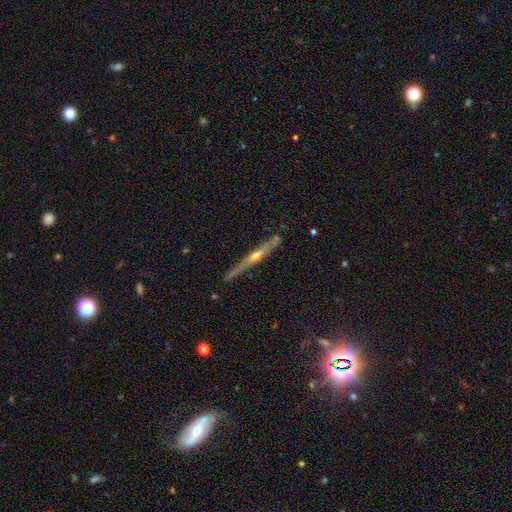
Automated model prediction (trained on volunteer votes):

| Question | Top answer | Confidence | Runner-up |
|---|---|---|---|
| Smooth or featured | featured or disk | 74% | smooth (20%) |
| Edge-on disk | yes | 97% | no (3%) |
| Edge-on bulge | rounded | 75% | none (19%) |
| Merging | none | 83% | minor disturbance (13%) |